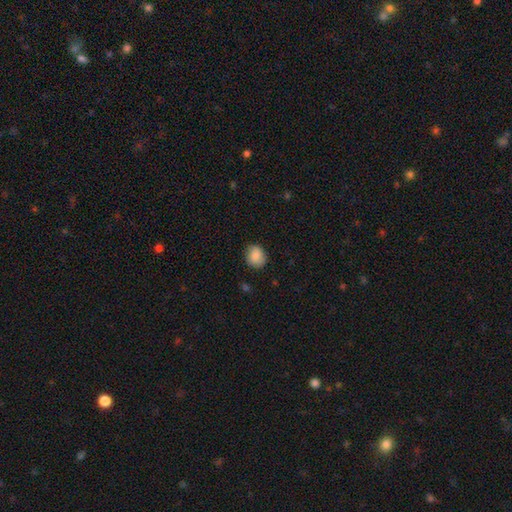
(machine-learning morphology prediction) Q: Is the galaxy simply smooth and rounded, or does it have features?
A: smooth — 87%.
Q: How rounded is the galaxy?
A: round — 67%.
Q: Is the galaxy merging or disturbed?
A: none — 83%.